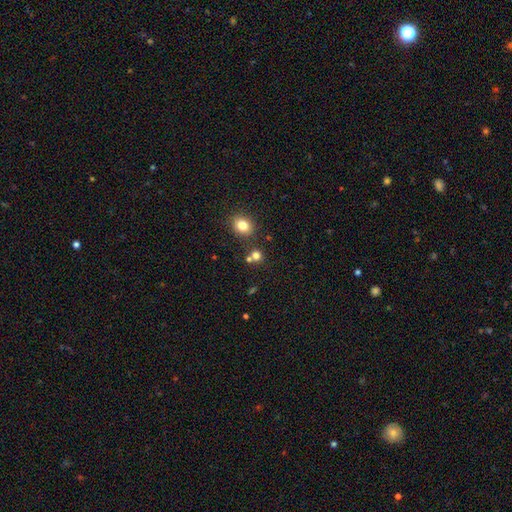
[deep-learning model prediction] This is likely a smooth galaxy (76%). How rounded: clearly round (85%). Merging: likely none (68%).